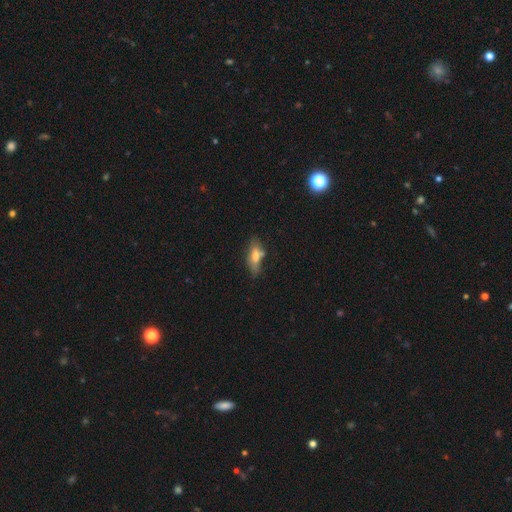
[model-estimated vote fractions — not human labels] Smooth or featured? smooth (64%)
How rounded? in between (66%)
Merging? none (59%)